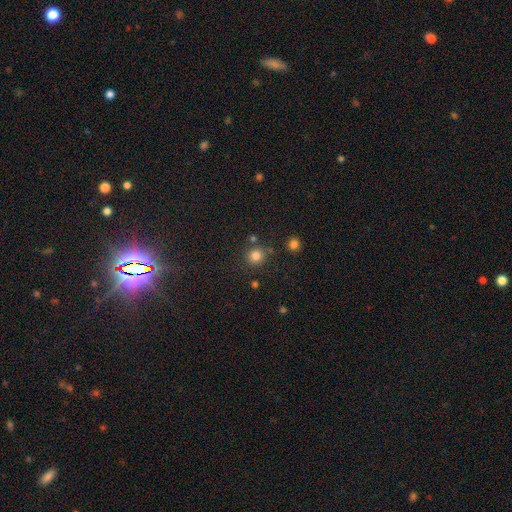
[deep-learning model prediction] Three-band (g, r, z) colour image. It shows a smooth galaxy with no disk features (82%) that is round (92%). Merging: none (81%).